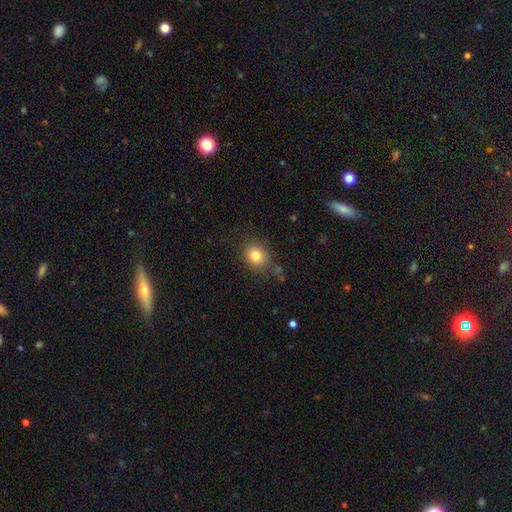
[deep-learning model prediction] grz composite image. It shows a smooth galaxy with no disk features (81%) that is round (70%). Merging: none (78%).